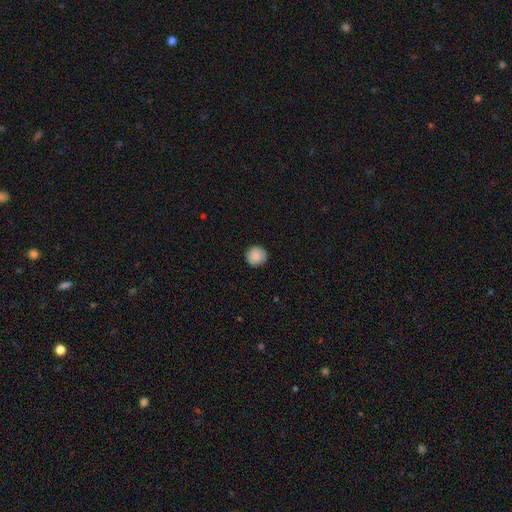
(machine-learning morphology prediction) This appears to be a smooth galaxy with no disk features (86%) that is round (93%). Merging: none (87%).